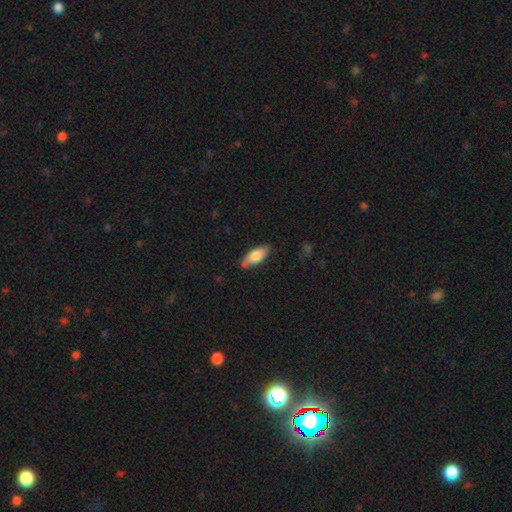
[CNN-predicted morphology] This is likely a smooth galaxy (71%). How rounded: likely in between (76%). Merging: clearly none (81%).